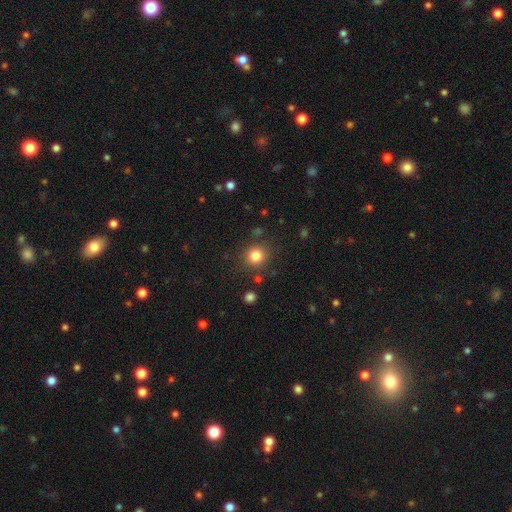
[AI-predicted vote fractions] smooth_or_featured: smooth (p=0.82) [alt: star or artifact p=0.12]
how_rounded: round (p=0.89) [alt: in between p=0.10]
merging: none (p=0.85) [alt: minor disturbance p=0.08]